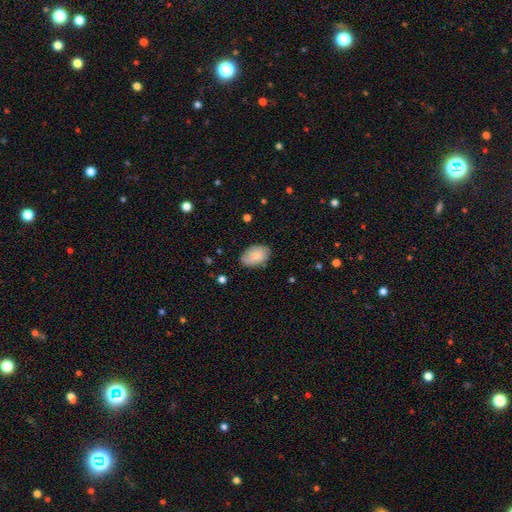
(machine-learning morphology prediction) Smooth or featured? Predicted: smooth (p=0.81). How rounded? Predicted: in between (p=0.89). Merging? Predicted: none (p=0.79).